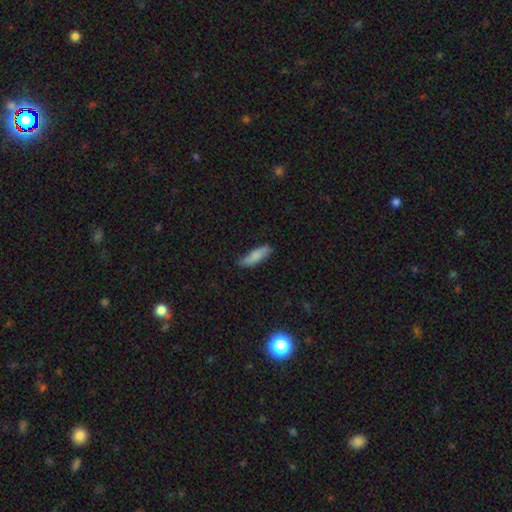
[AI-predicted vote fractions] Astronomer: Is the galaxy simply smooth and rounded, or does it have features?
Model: smooth — 80%.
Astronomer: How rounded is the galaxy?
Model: cigar-shaped — 58% (runner-up: in between, 41%).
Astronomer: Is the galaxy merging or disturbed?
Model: none — 79%.